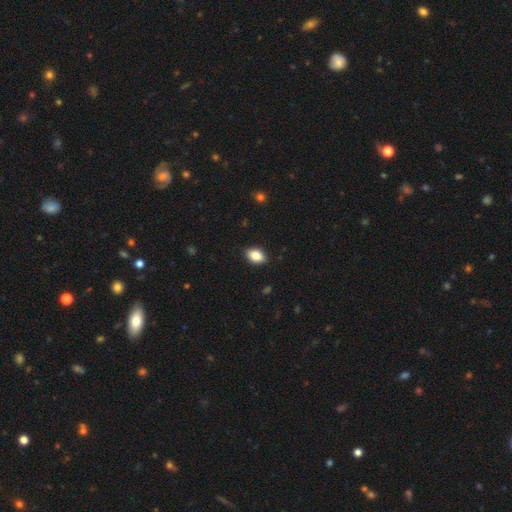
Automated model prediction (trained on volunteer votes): A smooth galaxy with no disk features (83%) that is in between round and cigar-shaped (85%). Merging: none (88%).